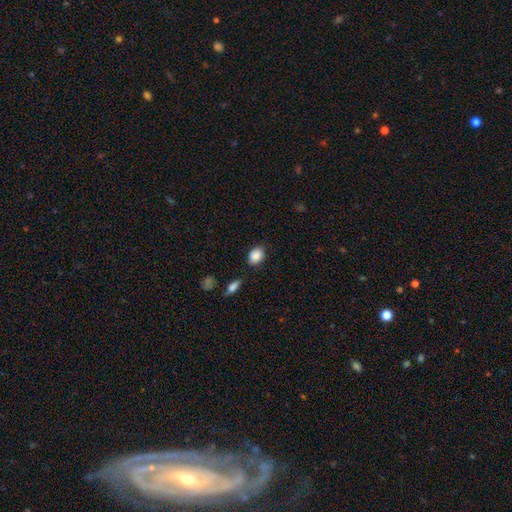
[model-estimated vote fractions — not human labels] smooth_or_featured: smooth (p=0.88) [alt: star or artifact p=0.08]
how_rounded: in between (p=0.68) [alt: round p=0.31]
merging: none (p=0.82) [alt: minor disturbance p=0.13]